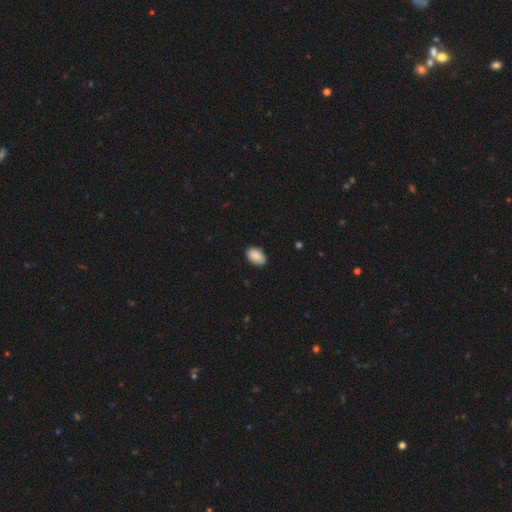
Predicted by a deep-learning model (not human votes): Overall: smooth (89%). How rounded: in between (91%). Merging: none (86%).